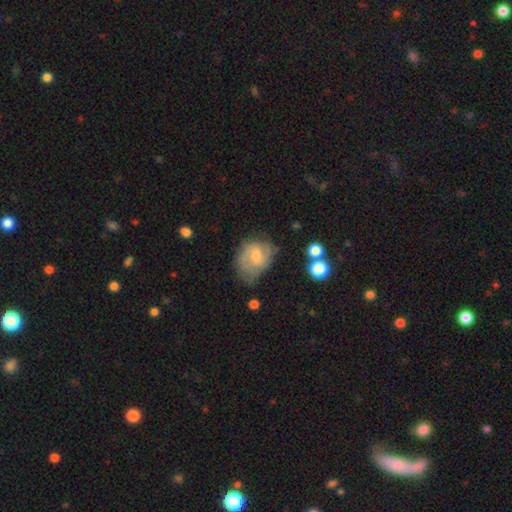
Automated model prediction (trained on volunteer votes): This is possibly a featured or disk galaxy (58%). It is clearly not viewed edge-on (97%). Bar: possibly no (52%). Spiral arm pattern: clearly yes (85%). Central bulge: possibly moderate (48%). Merging: possibly none (56%).